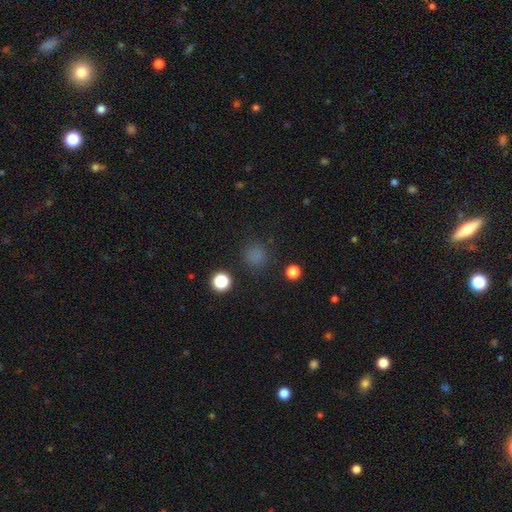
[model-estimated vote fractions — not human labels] Overall: smooth (77%). How rounded: round (91%). Merging: none (85%).